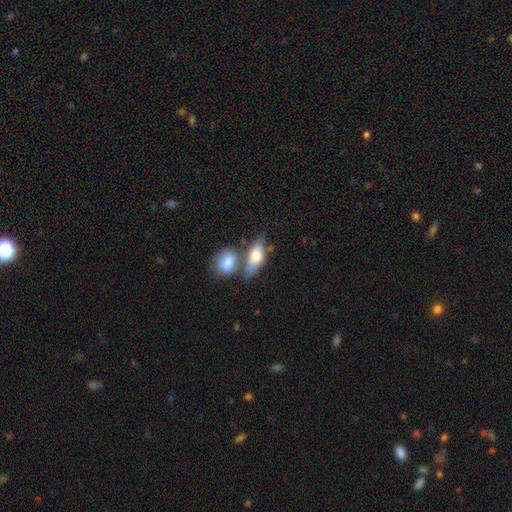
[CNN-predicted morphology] smooth 69%, featured or disk 25%, star or artifact 6%. Down the decision tree: how rounded — in between (79%); merging — none (44%).